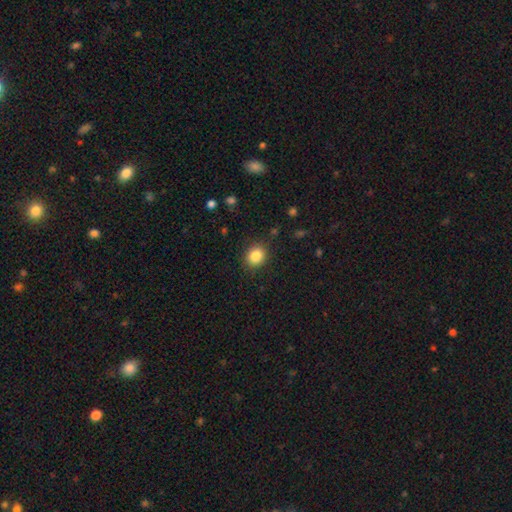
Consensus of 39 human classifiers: This is clearly a smooth galaxy (85%). How rounded: clearly round (82%). Merging: clearly none (97%).